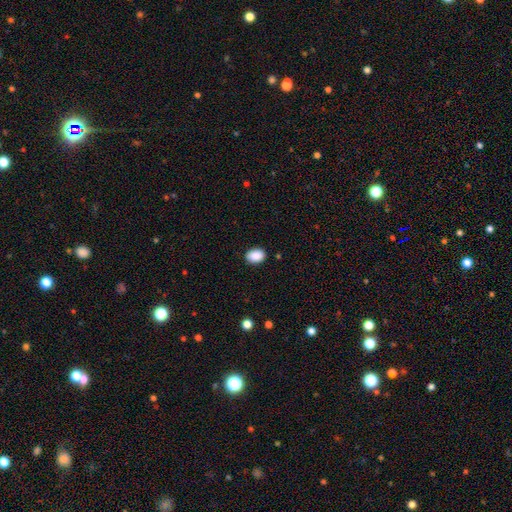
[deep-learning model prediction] The model was most divided on "how rounded": in between: 77%, round: 22%, cigar-shaped: 1%. More confident: smooth or featured — smooth (90%); merging — none (89%).